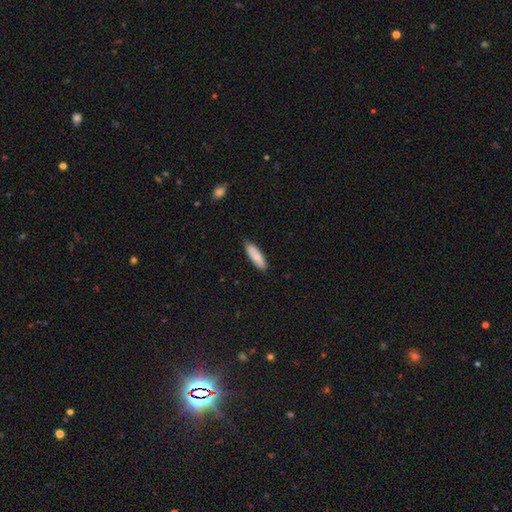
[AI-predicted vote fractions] This appears to be a smooth galaxy with no disk features (87%) that is cigar-shaped (57%). Merging: none (86%).